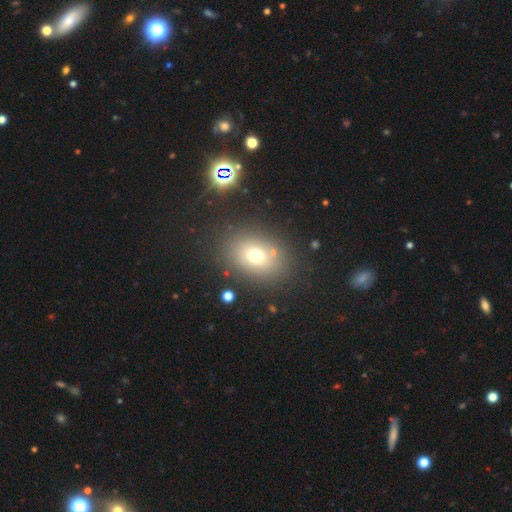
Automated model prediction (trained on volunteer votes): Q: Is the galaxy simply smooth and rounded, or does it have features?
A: smooth — 69%.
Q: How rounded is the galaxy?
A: in between — 57%.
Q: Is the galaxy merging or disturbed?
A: none — 80%.